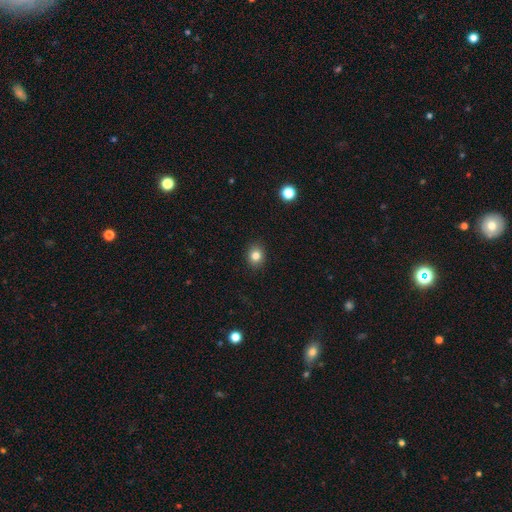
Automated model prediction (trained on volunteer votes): Morphology: type=smooth (82%); roundness=round (65%); merging=none (90%).